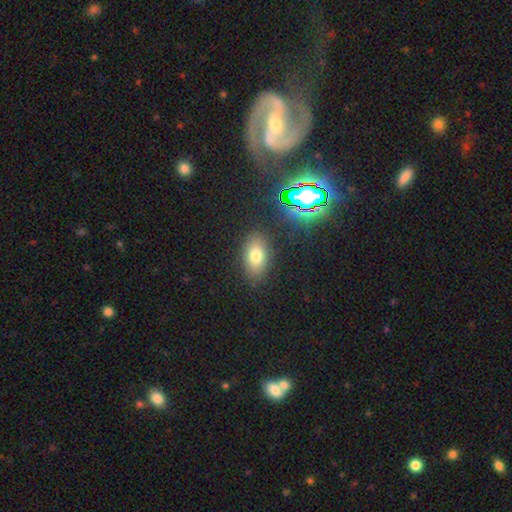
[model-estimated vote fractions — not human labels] smooth-or-featured: smooth: 72% | star or artifact: 14% | featured or disk: 14%
  how-rounded: in between: 87% | round: 10% | cigar-shaped: 3%
  merging: none: 85% | minor disturbance: 10% | major disturbance: 3% | merger: 2%